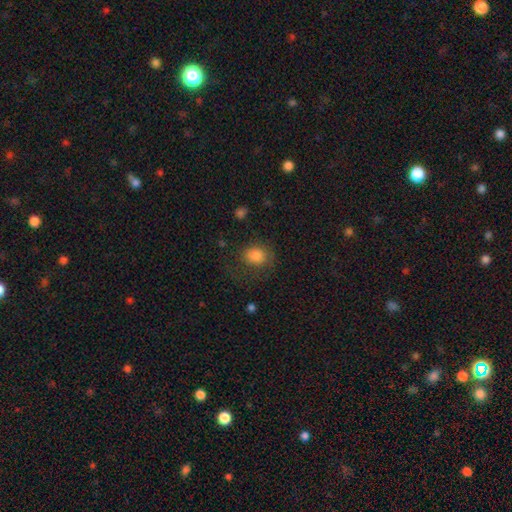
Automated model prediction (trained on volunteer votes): Morphology: type=smooth (83%); roundness=round (59%); merging=none (65%).